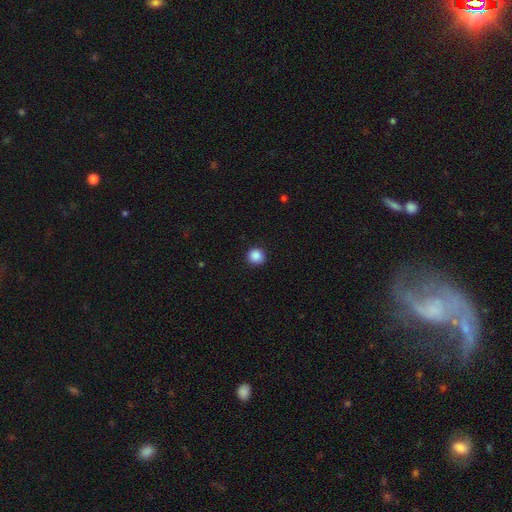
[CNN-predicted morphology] Q: Smooth or featured?
A: smooth (88%); runner-up: star or artifact (9%)
Q: How rounded?
A: round (93%); runner-up: in between (6%)
Q: Merging?
A: none (92%); runner-up: minor disturbance (6%)